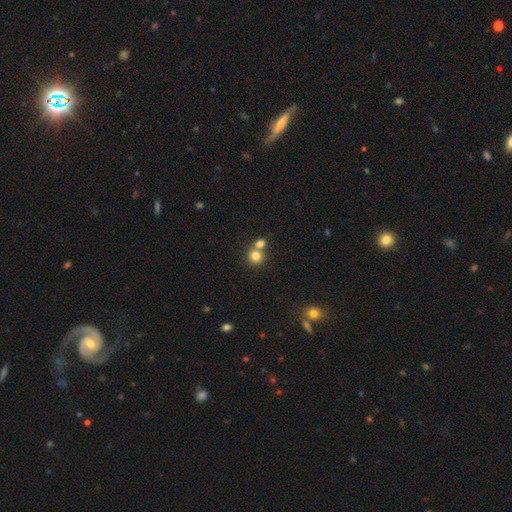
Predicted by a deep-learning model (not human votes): Smooth or featured? Predicted: smooth (p=0.80). How rounded? Predicted: round (p=0.89). Merging? Predicted: none (p=0.49).